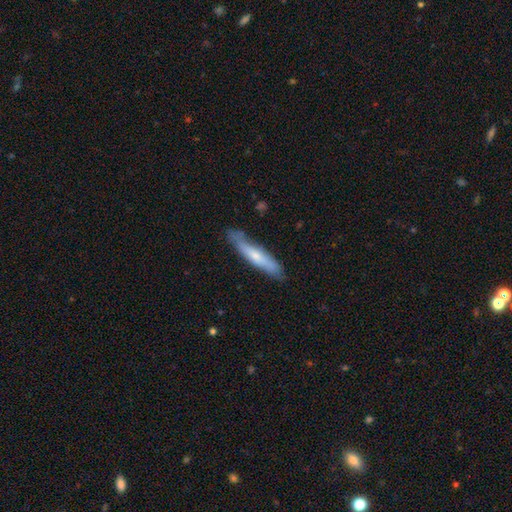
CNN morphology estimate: Overall: smooth (57%; featured or disk 38%). How rounded: cigar-shaped (89%). Merging: none (76%).